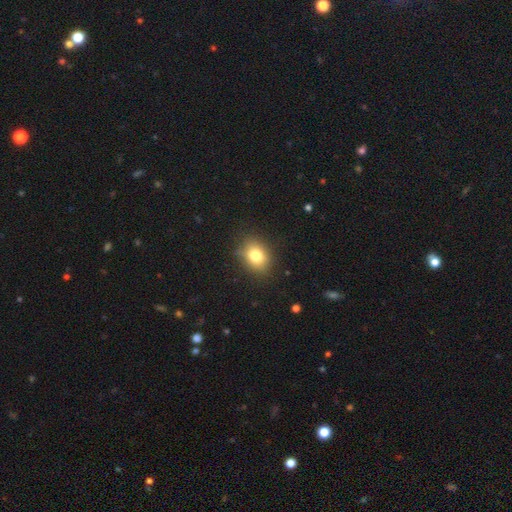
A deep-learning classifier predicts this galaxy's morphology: Smooth or featured: smooth — 78% (star or artifact — 11%)
How rounded: in between — 58% (round — 41%)
Merging: none — 83% (minor disturbance — 12%)